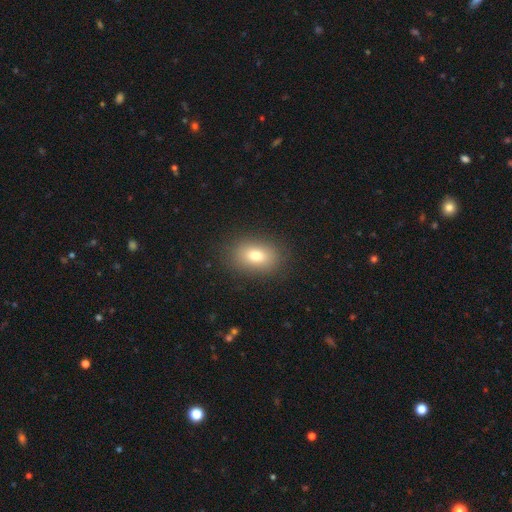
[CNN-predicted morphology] This is likely a smooth galaxy (77%). How rounded: likely in between (78%). Merging: clearly none (87%).